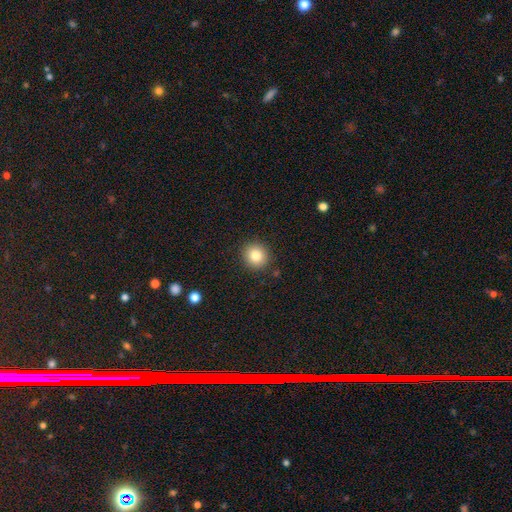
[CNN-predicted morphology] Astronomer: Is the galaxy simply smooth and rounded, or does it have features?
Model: smooth — 83%.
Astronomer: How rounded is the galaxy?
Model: round — 88%.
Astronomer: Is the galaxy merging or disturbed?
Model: none — 90%.